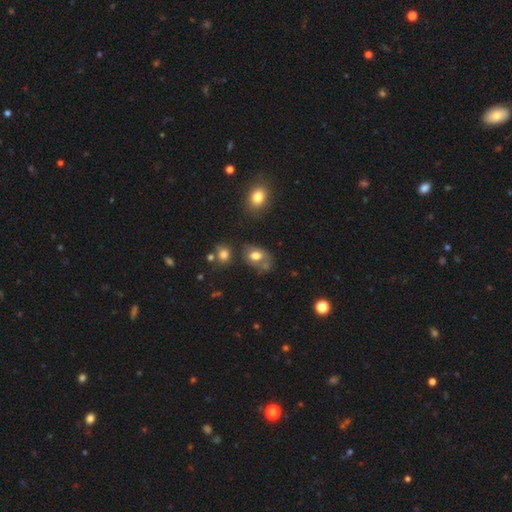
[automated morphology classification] smooth 69%, featured or disk 21%, star or artifact 11%. Down the decision tree: how rounded — in between (74%); merging — none (47%).